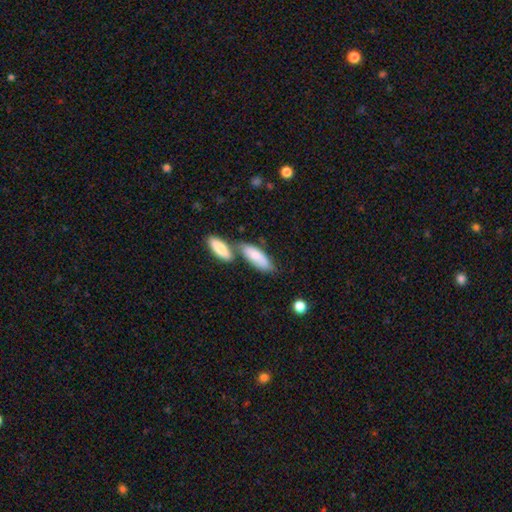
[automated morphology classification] Smooth or featured?
  - smooth: 76% *
  - featured or disk: 18%
  - star or artifact: 6%
How rounded?
  - in between: 69% *
  - cigar-shaped: 29%
  - round: 2%
Merging?
  - none: 43% *
  - merger: 39%
  - minor disturbance: 14%
  - major disturbance: 4%